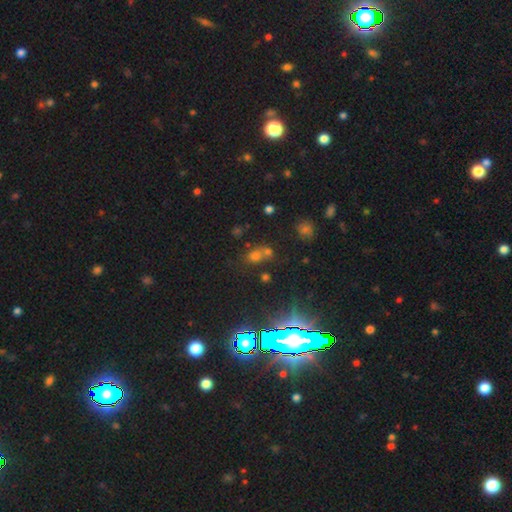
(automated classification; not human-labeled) Smooth or featured? smooth (45%, tied with star or artifact)
Merging? none (50%)